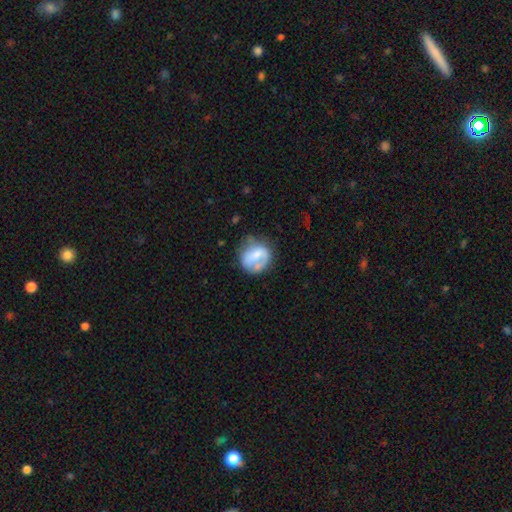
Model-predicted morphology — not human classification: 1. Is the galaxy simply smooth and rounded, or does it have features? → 55% smooth, 37% featured or disk, 7% star or artifact.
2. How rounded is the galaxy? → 78% round, 21% in between, 1% cigar-shaped.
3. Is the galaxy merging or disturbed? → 51% none, 27% minor disturbance, 18% major disturbance, 5% merger.